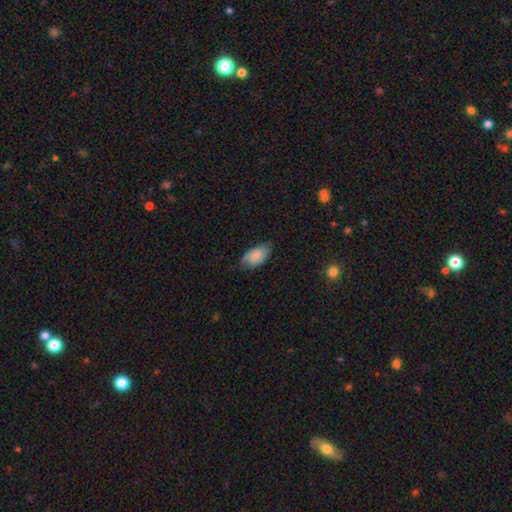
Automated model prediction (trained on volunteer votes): smooth 77%, featured or disk 16%, star or artifact 7%. Down the decision tree: how rounded — in between (94%); merging — none (66%).